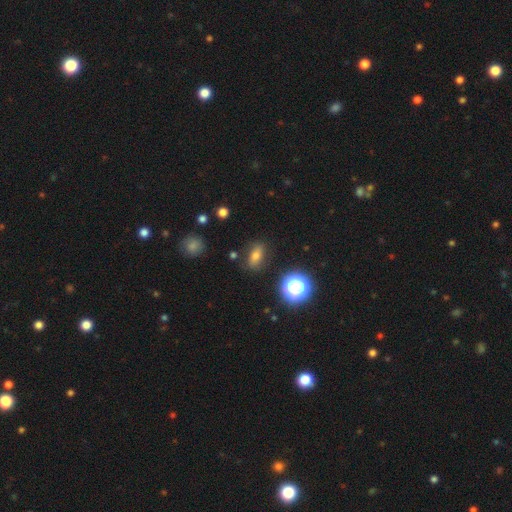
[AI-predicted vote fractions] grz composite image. It shows a smooth galaxy with no disk features (68%) that is in between round and cigar-shaped (75%). Merging: none (82%).